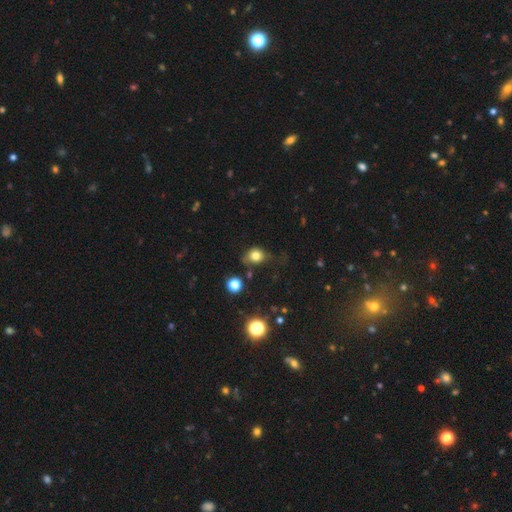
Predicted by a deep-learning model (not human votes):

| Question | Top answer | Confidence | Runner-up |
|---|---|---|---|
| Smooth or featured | smooth | 77% | star or artifact (13%) |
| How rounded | round | 60% | in between (39%) |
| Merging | none | 52% | minor disturbance (31%) |